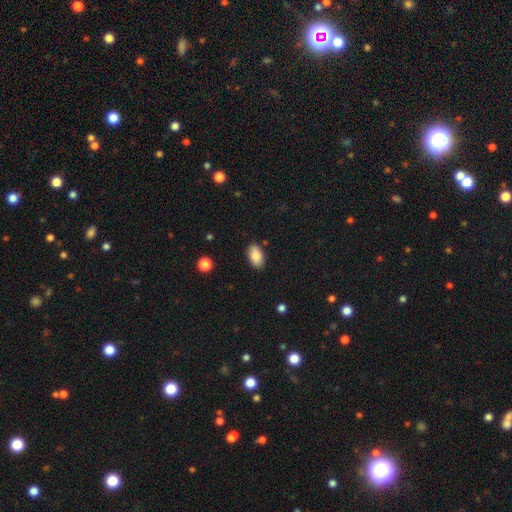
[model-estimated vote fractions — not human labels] The model was most divided on "merging": none: 87%, minor disturbance: 10%, major disturbance: 2%, merger: 1%. More confident: how rounded — in between (94%); smooth or featured — smooth (87%).